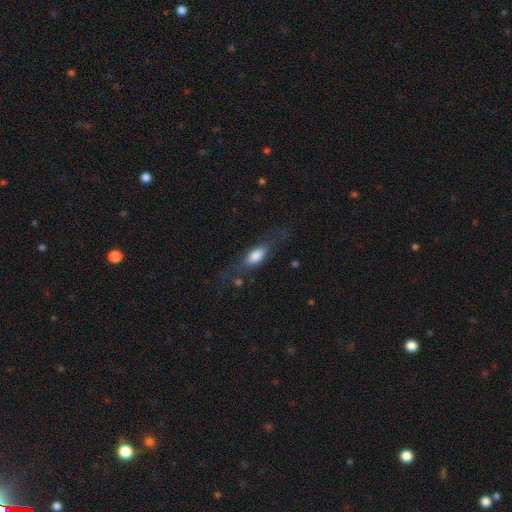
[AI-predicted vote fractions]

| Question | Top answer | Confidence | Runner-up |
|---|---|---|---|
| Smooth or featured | smooth | 65% | featured or disk (27%) |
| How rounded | in between | 66% | cigar-shaped (30%) |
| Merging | none | 61% | minor disturbance (20%) |